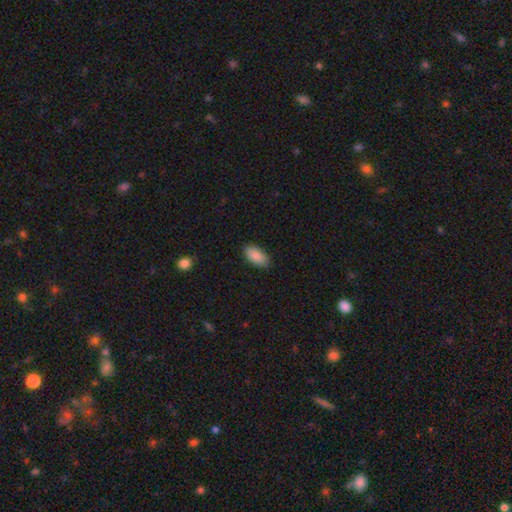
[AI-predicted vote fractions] smooth_or_featured: smooth (p=0.89) [alt: star or artifact p=0.06]
how_rounded: in between (p=0.92) [alt: cigar-shaped p=0.06]
merging: none (p=0.87) [alt: minor disturbance p=0.10]